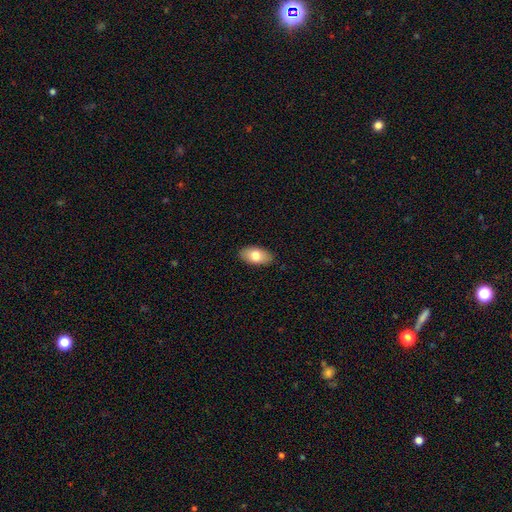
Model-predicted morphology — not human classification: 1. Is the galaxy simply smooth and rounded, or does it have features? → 77% smooth, 17% featured or disk, 6% star or artifact.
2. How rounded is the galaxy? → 93% in between, 4% round, 2% cigar-shaped.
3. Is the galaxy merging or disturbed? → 88% none, 9% minor disturbance, 2% major disturbance, 1% merger.